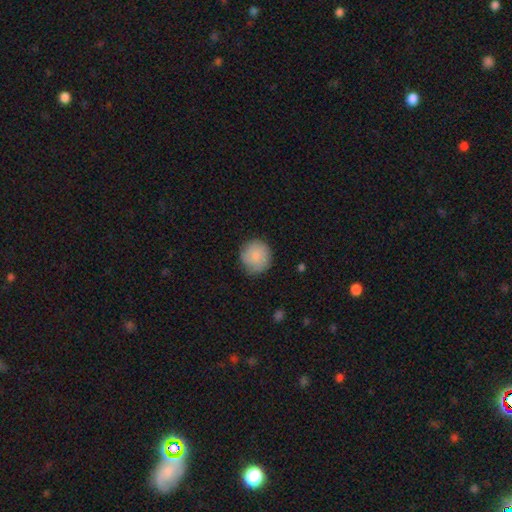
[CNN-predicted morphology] Smooth or featured? Predicted: smooth (p=0.84). How rounded? Predicted: round (p=0.93). Merging? Predicted: none (p=0.82).